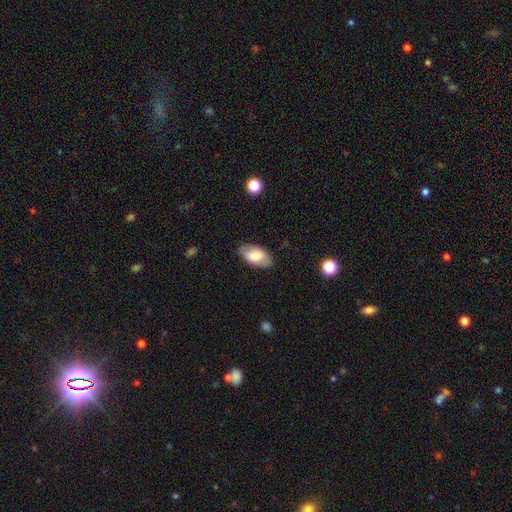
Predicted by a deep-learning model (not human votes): Smooth or featured? smooth (69%)
How rounded? in between (94%)
Merging? none (82%)